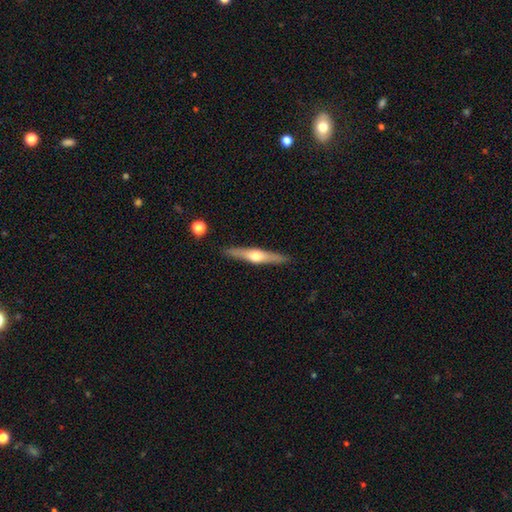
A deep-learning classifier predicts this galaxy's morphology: featured or disk 66%, smooth 29%, star or artifact 5%. Down the decision tree: edge-on disk — yes (96%); edge-on bulge — rounded (94%); merging — none (90%).